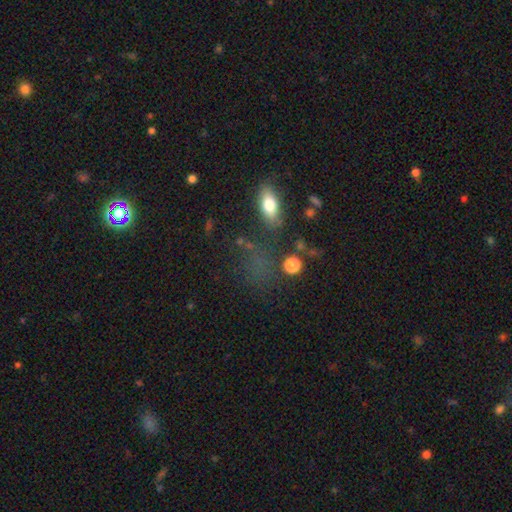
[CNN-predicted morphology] Smooth or featured?
  - smooth: 46% *
  - star or artifact: 32%
  - featured or disk: 21%
Merging?
  - none: 47% *
  - major disturbance: 19%
  - merger: 17%
  - minor disturbance: 16%